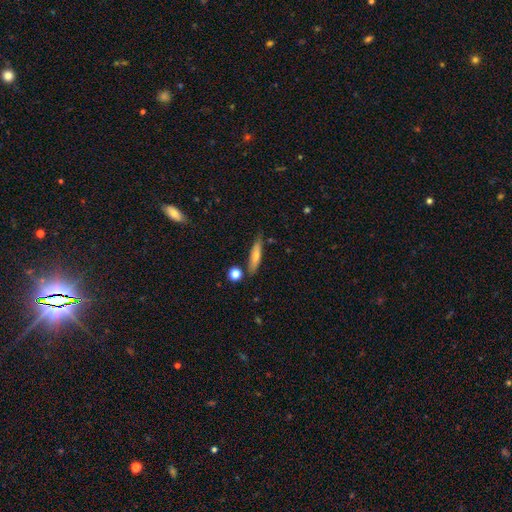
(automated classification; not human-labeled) This is likely a smooth galaxy (66%). How rounded: likely cigar-shaped (76%). Merging: likely none (77%).